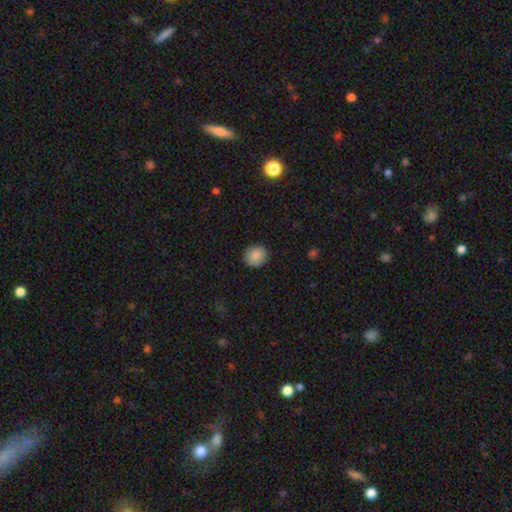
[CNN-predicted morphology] smooth-or-featured: smooth: 88% | star or artifact: 8% | featured or disk: 4%
  how-rounded: round: 87% | in between: 12% | cigar-shaped: 1%
  merging: none: 91% | minor disturbance: 7% | major disturbance: 2% | merger: 1%